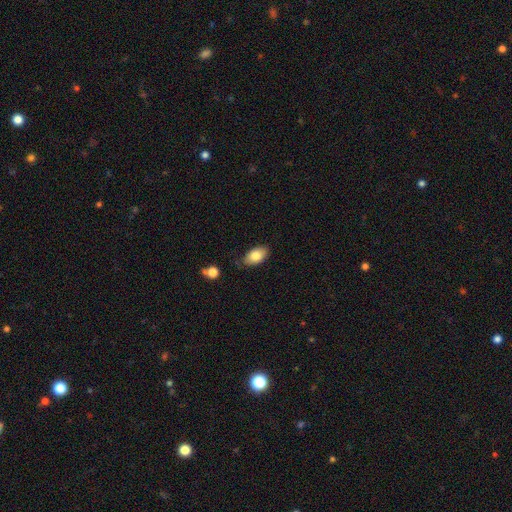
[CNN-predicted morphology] Overall: smooth (82%). How rounded: in between (93%). Merging: none (80%).